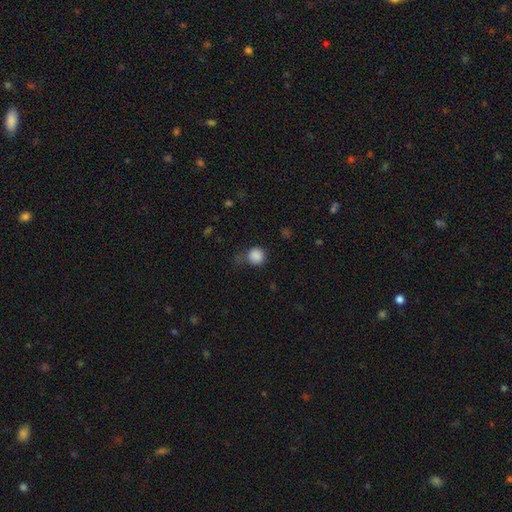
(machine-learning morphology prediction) smooth 86%, star or artifact 10%, featured or disk 4%. Down the decision tree: how rounded — round (89%); merging — none (59%).